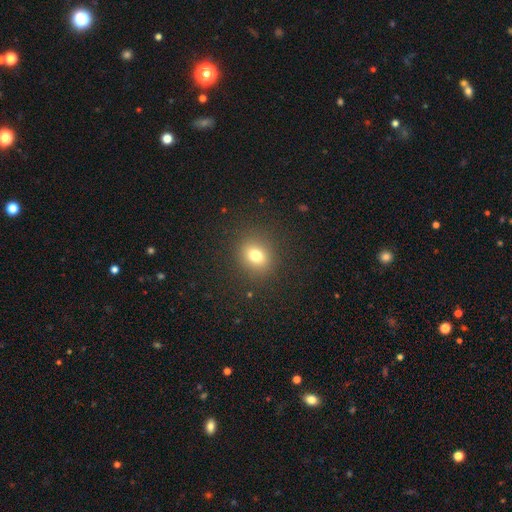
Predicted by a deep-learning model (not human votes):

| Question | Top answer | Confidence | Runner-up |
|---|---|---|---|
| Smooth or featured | smooth | 76% | star or artifact (15%) |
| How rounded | round | 67% | in between (32%) |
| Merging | none | 88% | minor disturbance (8%) |